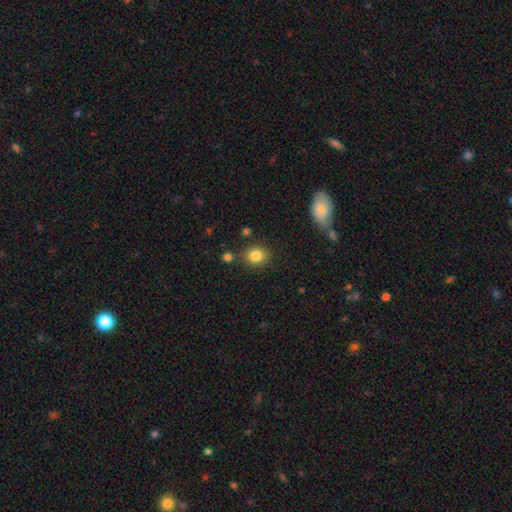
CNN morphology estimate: smooth_or_featured: smooth (p=0.84) [alt: star or artifact p=0.10]
how_rounded: round (p=0.63) [alt: in between p=0.35]
merging: none (p=0.80) [alt: minor disturbance p=0.11]